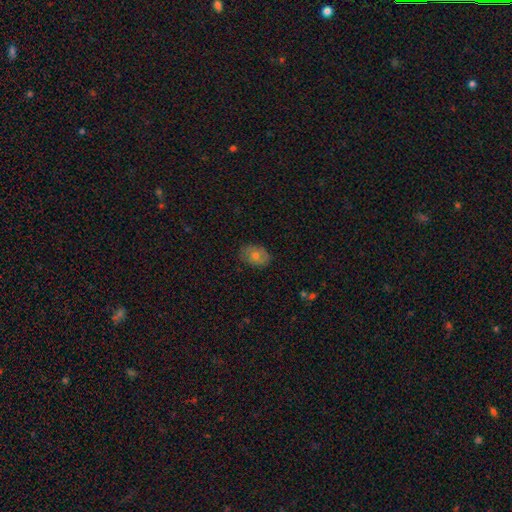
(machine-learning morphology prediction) The model was most divided on "smooth or featured": smooth: 61%, featured or disk: 28%, star or artifact: 11%. More confident: merging — none (82%); how rounded — in between (77%).